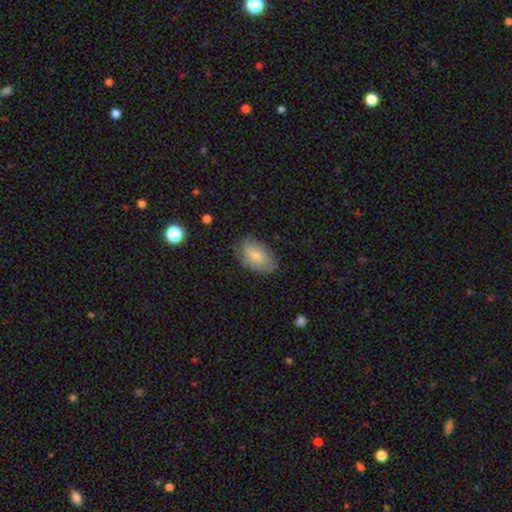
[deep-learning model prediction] smooth-or-featured: smooth: 68% | featured or disk: 25% | star or artifact: 7%
  how-rounded: in between: 92% | round: 6% | cigar-shaped: 2%
  merging: none: 74% | minor disturbance: 20% | major disturbance: 5% | merger: 1%